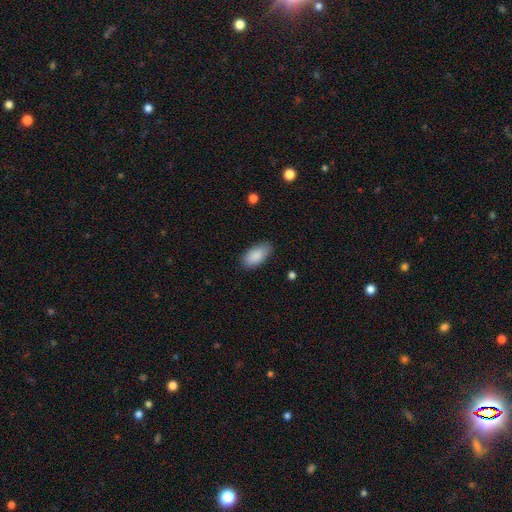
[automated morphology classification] Smooth or featured: smooth — 89% (star or artifact — 6%)
How rounded: in between — 94% (cigar-shaped — 4%)
Merging: none — 82% (minor disturbance — 14%)